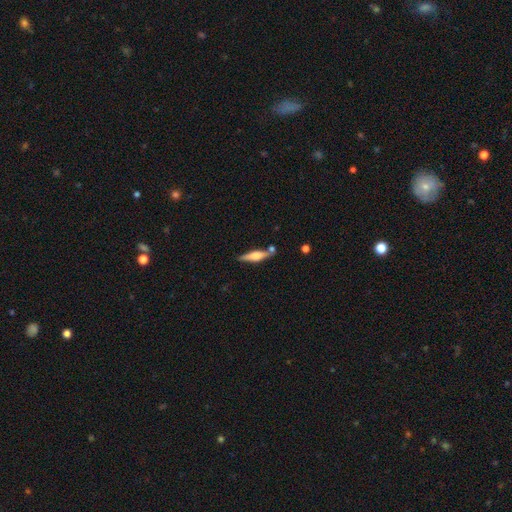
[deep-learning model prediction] This is possibly a featured or disk galaxy (55%). It is clearly viewed edge-on (95%). Edge-on bulge: likely rounded (75%). Merging: likely none (75%).